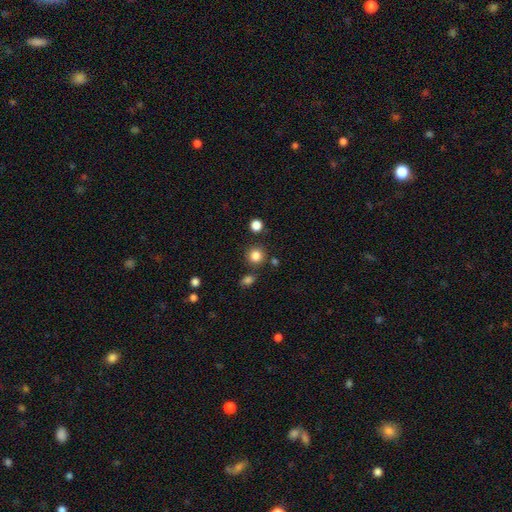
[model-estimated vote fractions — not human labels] Q: Smooth or featured?
A: smooth (83%); runner-up: star or artifact (12%)
Q: How rounded?
A: round (92%); runner-up: in between (7%)
Q: Merging?
A: none (83%); runner-up: minor disturbance (8%)